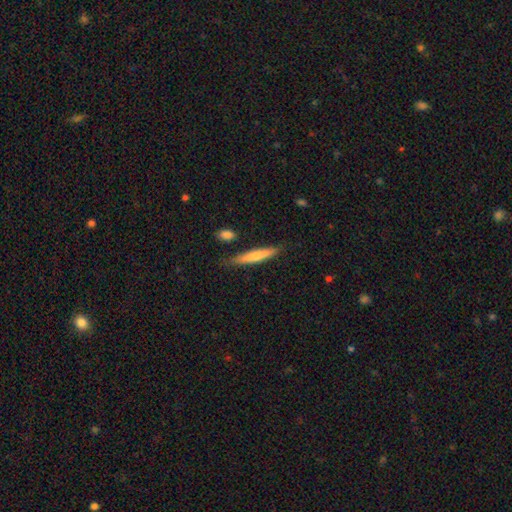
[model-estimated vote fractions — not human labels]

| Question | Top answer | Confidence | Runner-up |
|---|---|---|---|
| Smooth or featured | smooth | 64% | featured or disk (30%) |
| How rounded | cigar-shaped | 90% | in between (8%) |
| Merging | none | 79% | minor disturbance (15%) |